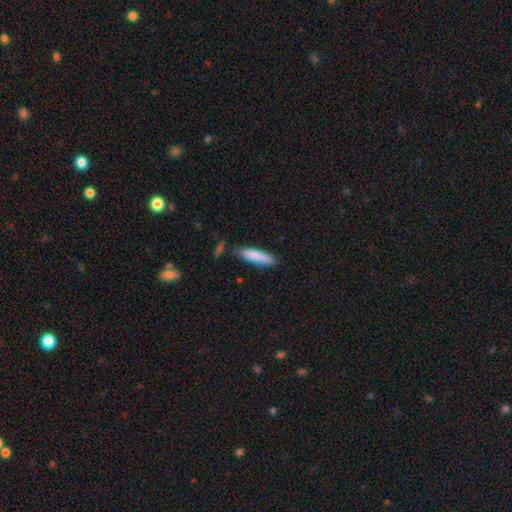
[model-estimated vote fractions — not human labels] Morphology: type=smooth (85%); roundness=cigar-shaped (79%); merging=none (78%).